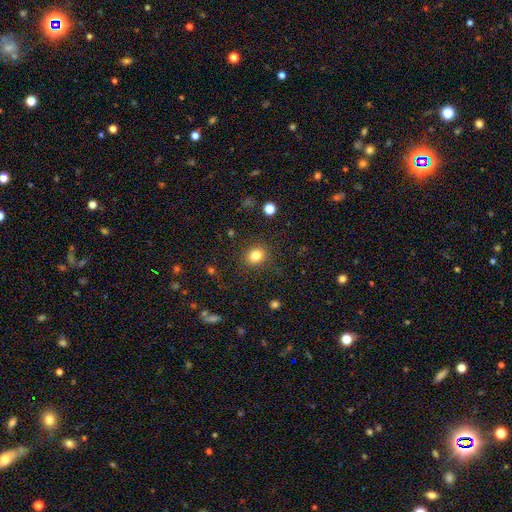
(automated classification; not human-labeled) Overall: smooth (82%). How rounded: round (71%). Merging: none (86%).